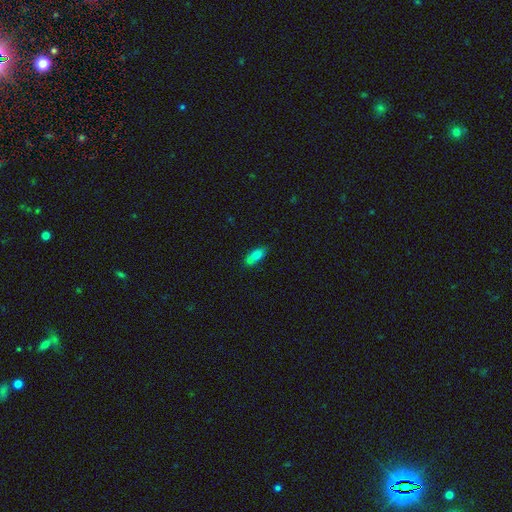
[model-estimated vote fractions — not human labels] smooth_or_featured: smooth (p=0.71) [alt: featured or disk p=0.18]
how_rounded: in between (p=0.74) [alt: cigar-shaped p=0.18]
merging: none (p=0.42) [alt: merger p=0.38]